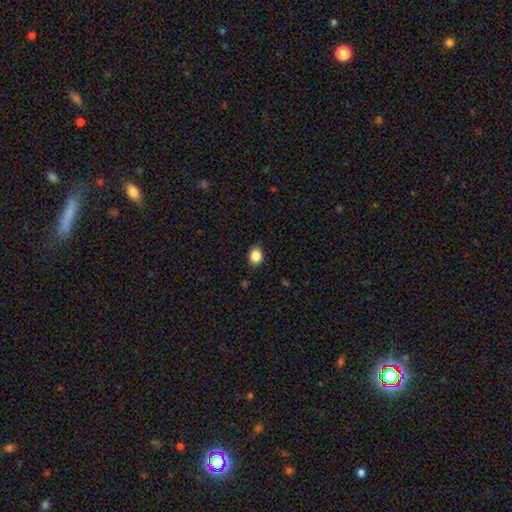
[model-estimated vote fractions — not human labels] This is clearly a smooth galaxy (87%). How rounded: possibly round (54%). Merging: clearly none (90%).